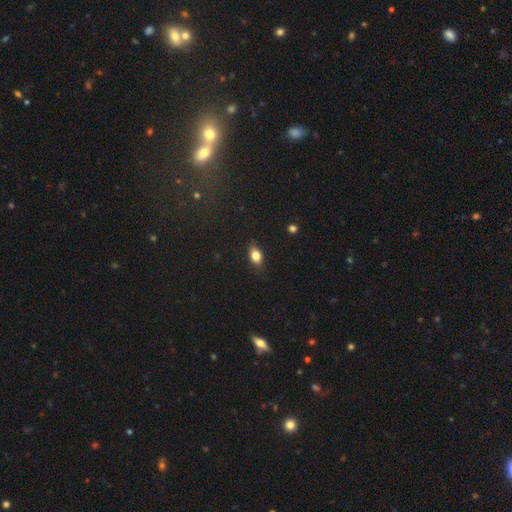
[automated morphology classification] This is clearly a smooth galaxy (81%). How rounded: clearly in between (81%). Merging: clearly none (83%).